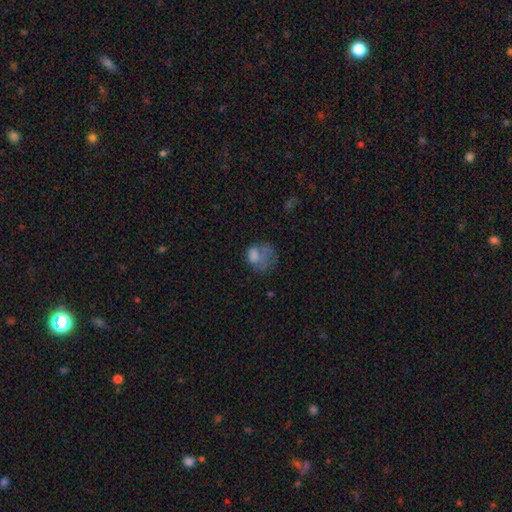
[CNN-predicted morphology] type=smooth (64%); roundness=in between (53%); merging=major disturbance (40%).